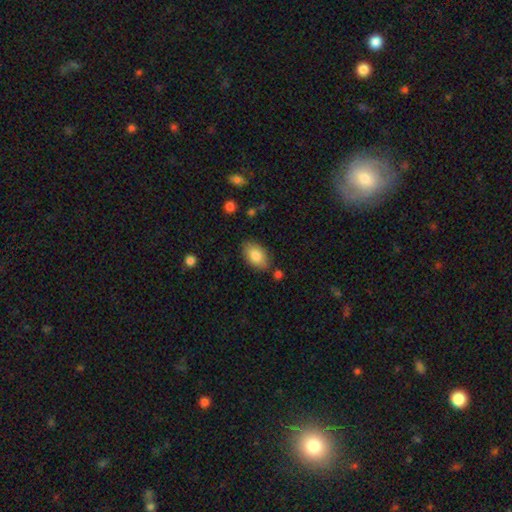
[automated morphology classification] A smooth galaxy with no disk features (84%) that is in between round and cigar-shaped (93%).

Vote fractions:
- Smooth or featured? smooth: 84% / featured or disk: 9% / star or artifact: 6%
- How rounded? in between: 93% / round: 5% / cigar-shaped: 2%
- Merging? none: 81% / minor disturbance: 13% / merger: 3% / major disturbance: 3%